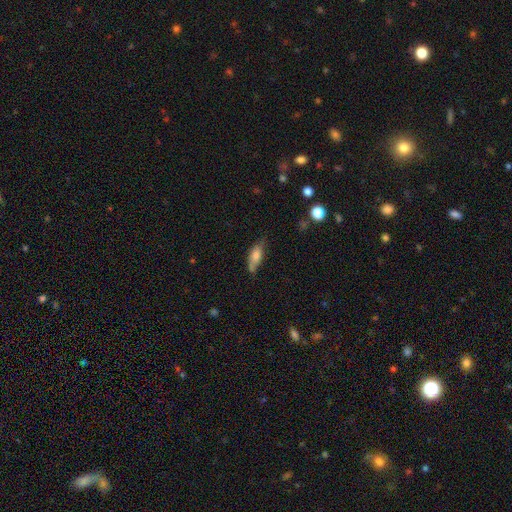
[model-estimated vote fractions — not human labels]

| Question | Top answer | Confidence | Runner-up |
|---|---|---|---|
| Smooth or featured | smooth | 67% | featured or disk (25%) |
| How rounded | in between | 65% | cigar-shaped (32%) |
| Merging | none | 58% | minor disturbance (30%) |